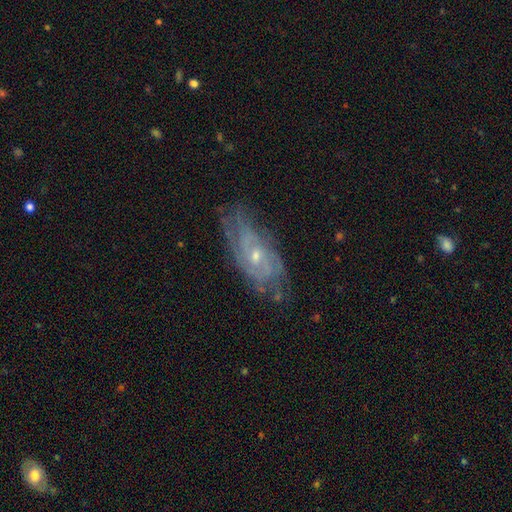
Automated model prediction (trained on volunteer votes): smooth_or_featured: featured or disk (p=0.78) [alt: smooth p=0.15]
disk_edge_on: no (p=0.90) [alt: yes p=0.10]
bar: no (p=0.70) [alt: weak p=0.26]
has_spiral_arms: yes (p=0.86) [alt: no p=0.14]
spiral_winding: tight (p=0.57) [alt: medium p=0.33]
spiral_arm_count: can't tell (p=0.47) [alt: 2 p=0.28]
bulge_size: small (p=0.59) [alt: moderate p=0.38]
merging: none (p=0.64) [alt: minor disturbance p=0.25]